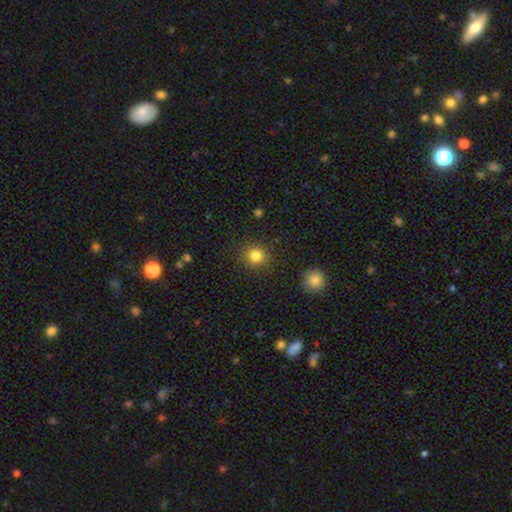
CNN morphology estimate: Overall: smooth (83%). How rounded: round (89%). Merging: none (89%).